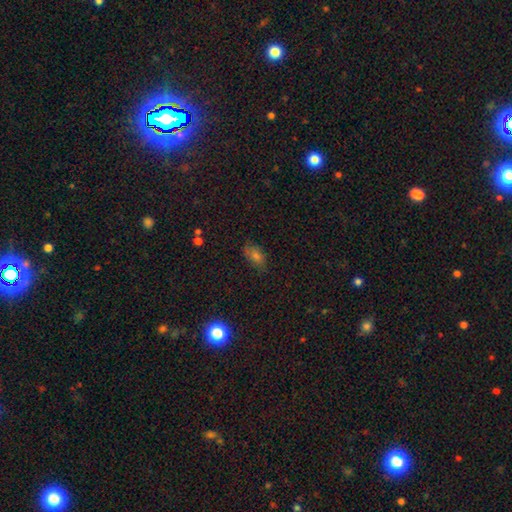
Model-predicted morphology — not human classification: smooth_or_featured: smooth (p=0.60) [alt: star or artifact p=0.25]
how_rounded: in between (p=0.83) [alt: round p=0.13]
merging: none (p=0.74) [alt: minor disturbance p=0.19]